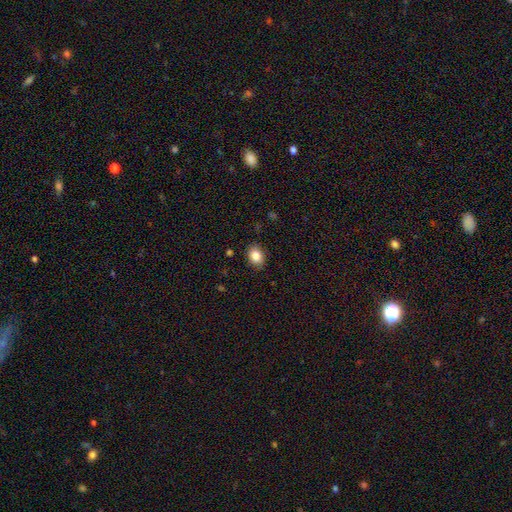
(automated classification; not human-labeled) A smooth galaxy with no disk features (84%) that is in between round and cigar-shaped (67%). Merging: none (86%).